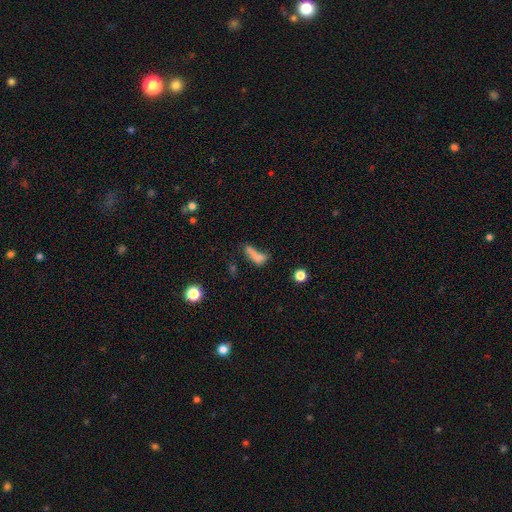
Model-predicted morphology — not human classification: This appears to be a smooth galaxy with no disk features (66%) that is in between round and cigar-shaped (46%, tied with cigar-shaped). Merging: none (32%).